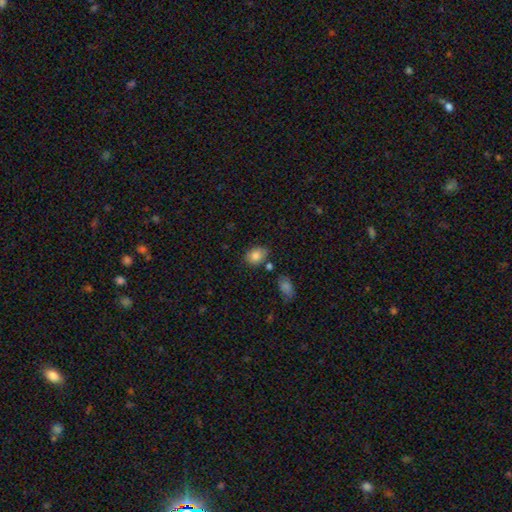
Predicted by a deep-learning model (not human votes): Q: Smooth or featured?
A: smooth (83%); runner-up: star or artifact (9%)
Q: How rounded?
A: in between (56%); runner-up: round (43%)
Q: Merging?
A: none (72%); runner-up: minor disturbance (17%)